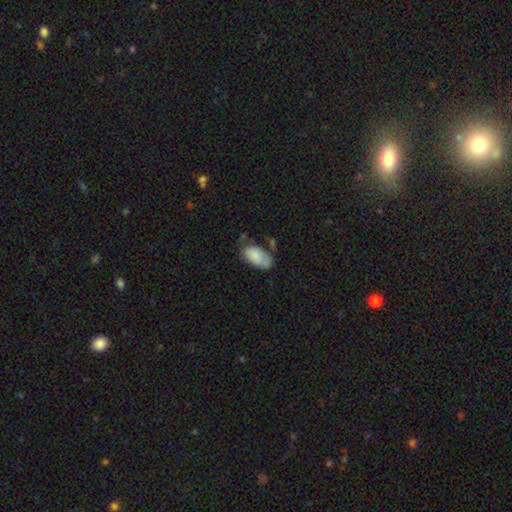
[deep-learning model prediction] smooth-or-featured: smooth: 80% | featured or disk: 13% | star or artifact: 7%
  how-rounded: in between: 94% | round: 3% | cigar-shaped: 2%
  merging: none: 46% | minor disturbance: 33% | major disturbance: 13% | merger: 8%